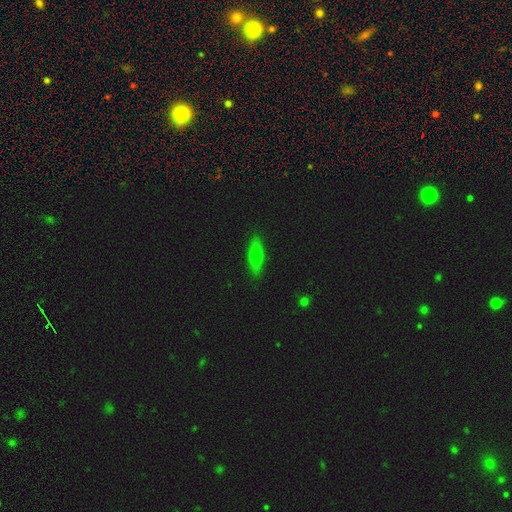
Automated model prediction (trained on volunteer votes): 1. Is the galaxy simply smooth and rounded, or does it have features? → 61% smooth, 30% featured or disk, 8% star or artifact.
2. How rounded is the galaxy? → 50% in between, 46% cigar-shaped, 4% round.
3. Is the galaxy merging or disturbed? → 88% none, 9% minor disturbance, 2% major disturbance, 1% merger.